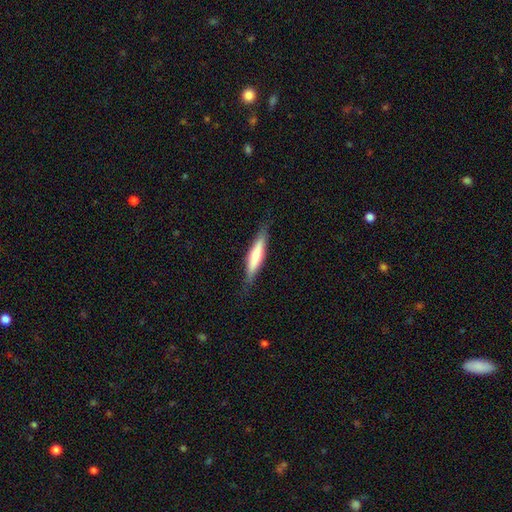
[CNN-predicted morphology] Smooth or featured? smooth (64%)
How rounded? cigar-shaped (83%)
Merging? none (82%)